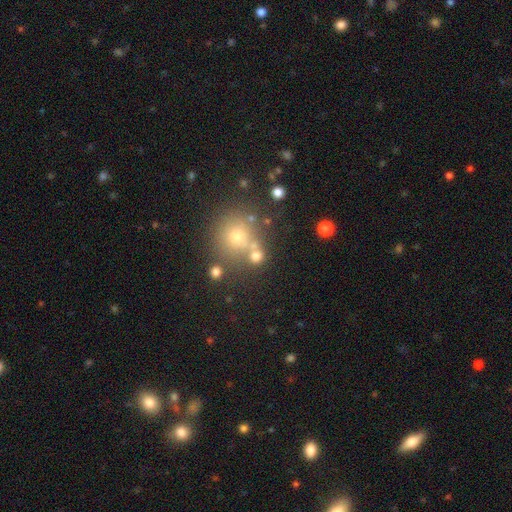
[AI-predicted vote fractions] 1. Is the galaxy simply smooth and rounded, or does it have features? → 69% smooth, 19% star or artifact, 12% featured or disk.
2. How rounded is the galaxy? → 84% round, 15% in between, 1% cigar-shaped.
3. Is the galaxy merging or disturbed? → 61% none, 23% merger, 11% minor disturbance, 6% major disturbance.